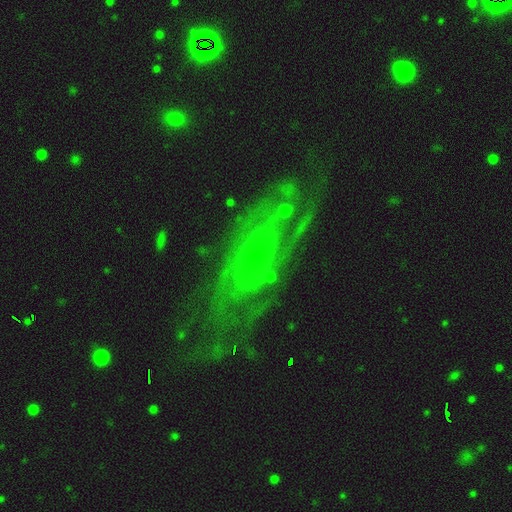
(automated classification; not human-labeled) Smooth or featured? featured or disk (79%)
Edge-on disk? no (92%)
Bar? no (65%)
Spiral arms? yes (88%)
Spiral winding? tight (48%)
Spiral arm count? 2 (39%)
Bulge size? small (69%)
Merging? none (65%)